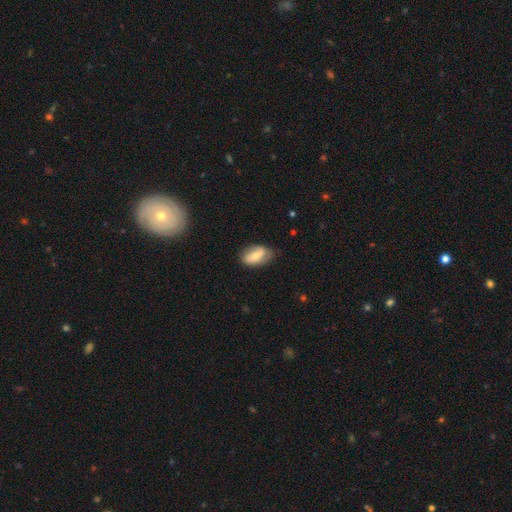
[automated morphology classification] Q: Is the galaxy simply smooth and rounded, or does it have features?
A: smooth — 52%.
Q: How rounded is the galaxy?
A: in between — 91%.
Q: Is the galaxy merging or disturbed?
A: none — 68%.